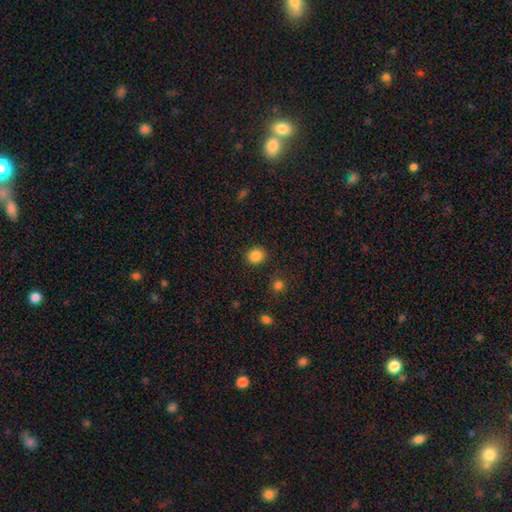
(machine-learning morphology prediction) Smooth or featured?
  - smooth: 86% *
  - star or artifact: 10%
  - featured or disk: 3%
How rounded?
  - round: 70% *
  - in between: 29%
  - cigar-shaped: 1%
Merging?
  - none: 88% *
  - minor disturbance: 7%
  - major disturbance: 3%
  - merger: 2%